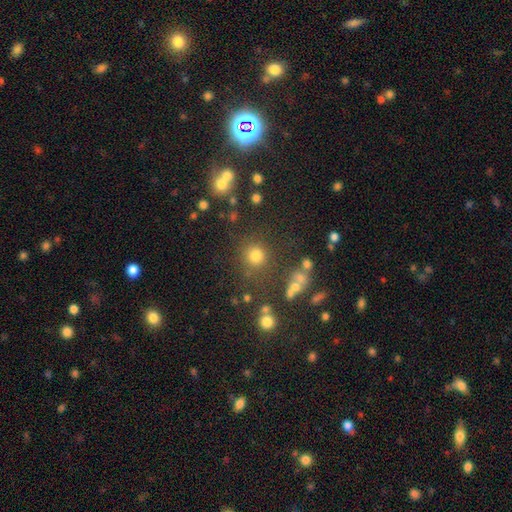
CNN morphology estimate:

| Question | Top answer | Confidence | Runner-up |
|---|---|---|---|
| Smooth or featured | smooth | 74% | star or artifact (19%) |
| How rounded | round | 91% | in between (8%) |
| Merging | none | 79% | minor disturbance (9%) |